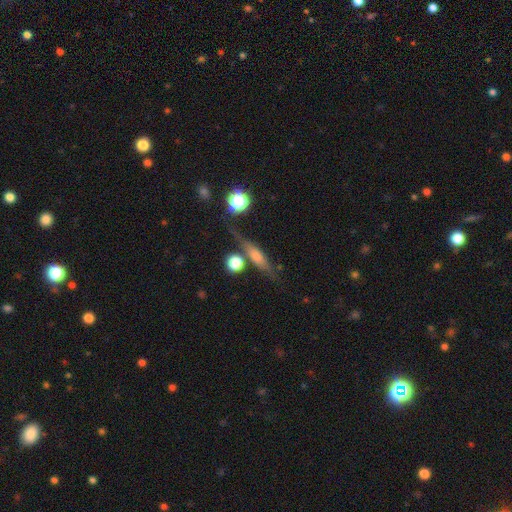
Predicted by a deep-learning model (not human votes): Overall: featured or disk (49%; smooth 38%). Merging: none (70%).